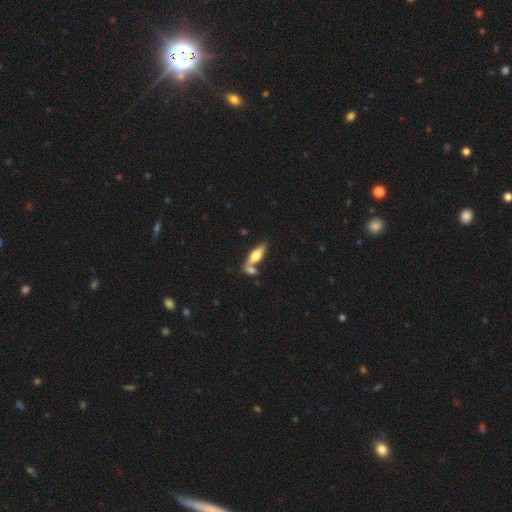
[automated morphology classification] Smooth or featured: smooth — 47% (featured or disk — 46%)
Merging: none — 54% (merger — 30%)